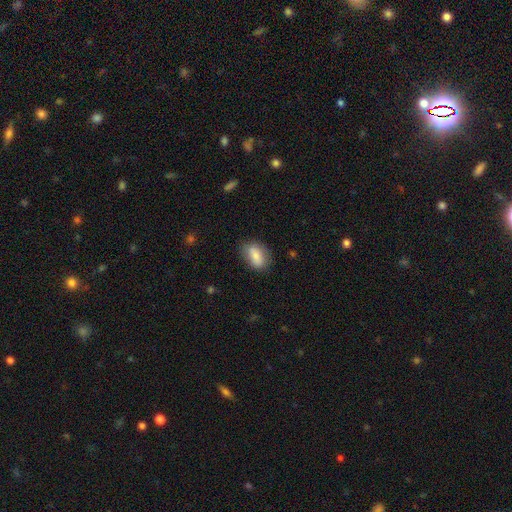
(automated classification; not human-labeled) Morphology: type=smooth (78%); roundness=in between (86%); merging=none (73%).